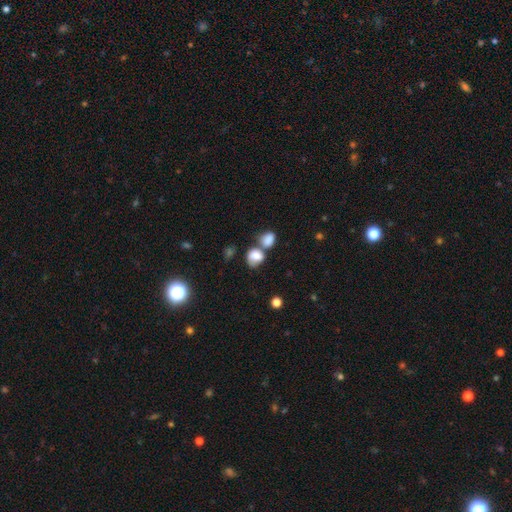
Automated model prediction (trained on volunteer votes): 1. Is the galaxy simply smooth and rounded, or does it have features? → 78% smooth, 13% featured or disk, 10% star or artifact.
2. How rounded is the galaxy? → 50% round, 48% in between, 1% cigar-shaped.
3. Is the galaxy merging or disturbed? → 53% merger, 27% none, 13% minor disturbance, 7% major disturbance.